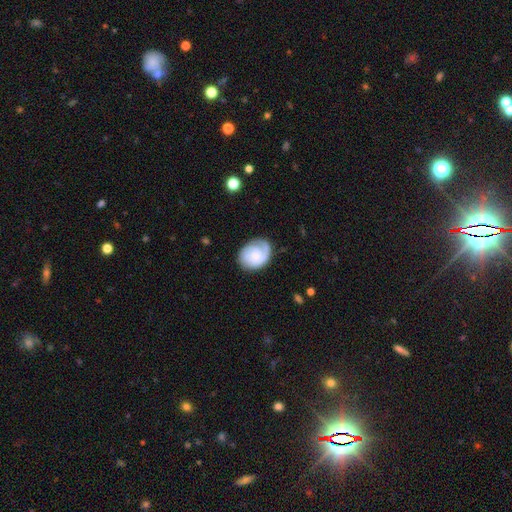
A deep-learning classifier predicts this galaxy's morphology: This appears to be a featured or disk galaxy (66%) with no bar (74%), 2 (28%) tight (58%) spiral arms (93%) and a small central bulge (55%). Merging: none (69%).